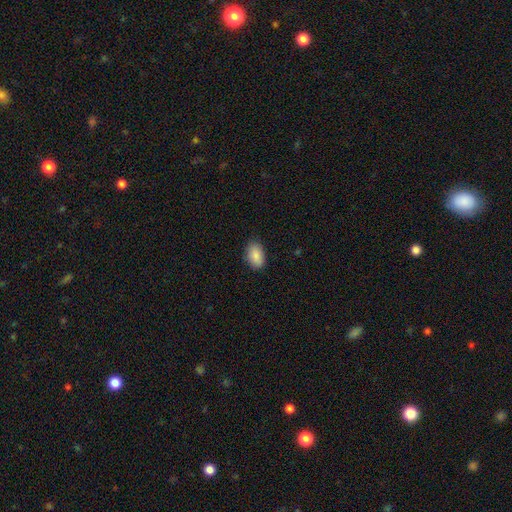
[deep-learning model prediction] Smooth or featured? smooth (88%)
How rounded? in between (90%)
Merging? none (85%)